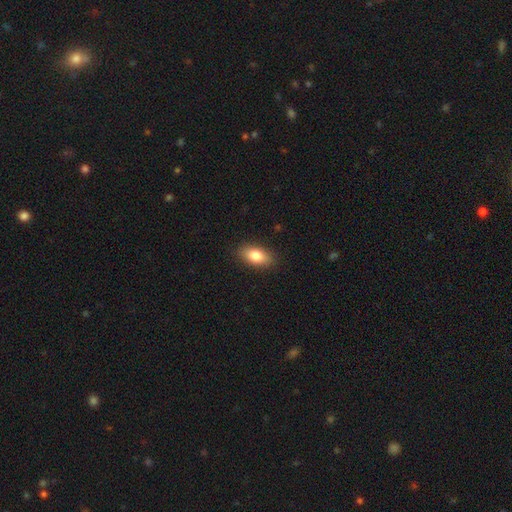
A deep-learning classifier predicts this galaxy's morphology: This is clearly a smooth galaxy (82%). How rounded: clearly in between (89%). Merging: clearly none (88%).